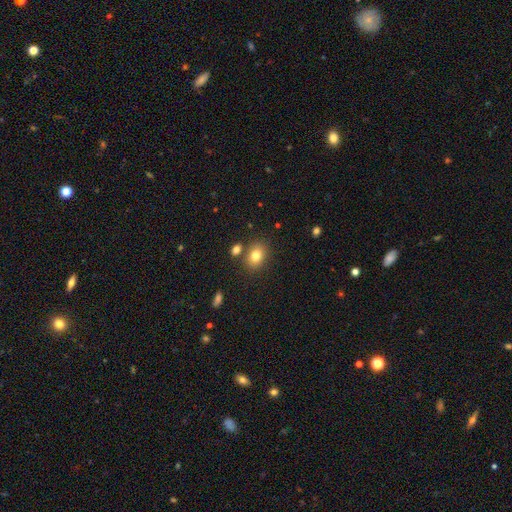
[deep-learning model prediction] A smooth galaxy with no disk features (79%) that is in between round and cigar-shaped (61%).

Vote fractions:
- Smooth or featured? smooth: 79% / star or artifact: 11% / featured or disk: 10%
- How rounded? in between: 61% / round: 38% / cigar-shaped: 1%
- Merging? none: 77% / minor disturbance: 11% / merger: 9% / major disturbance: 3%